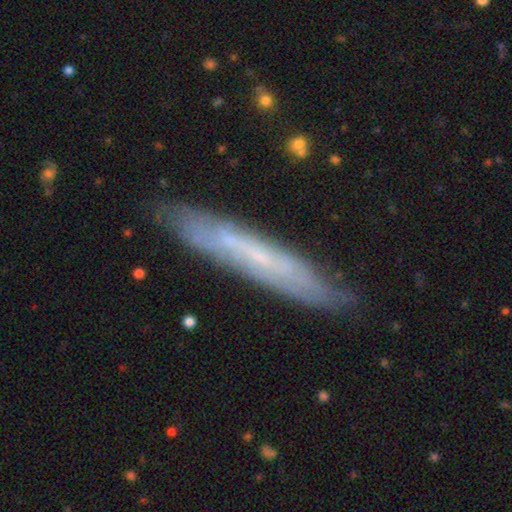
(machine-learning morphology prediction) featured or disk 62%, smooth 30%, star or artifact 8%. Down the decision tree: edge-on disk — yes (68%); merging — none (84%).